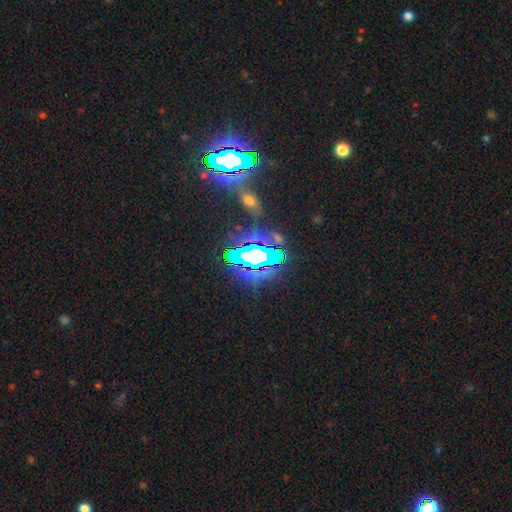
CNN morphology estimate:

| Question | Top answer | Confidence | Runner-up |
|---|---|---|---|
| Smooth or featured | star or artifact | 60% | smooth (20%) |